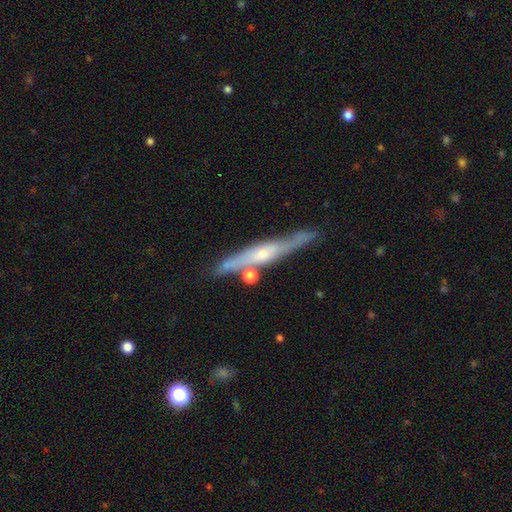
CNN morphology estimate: The model was most divided on "edge-on bulge": rounded: 70%, none: 22%, boxy: 9%. More confident: edge-on disk — yes (92%); merging — none (77%); smooth or featured — featured or disk (73%).